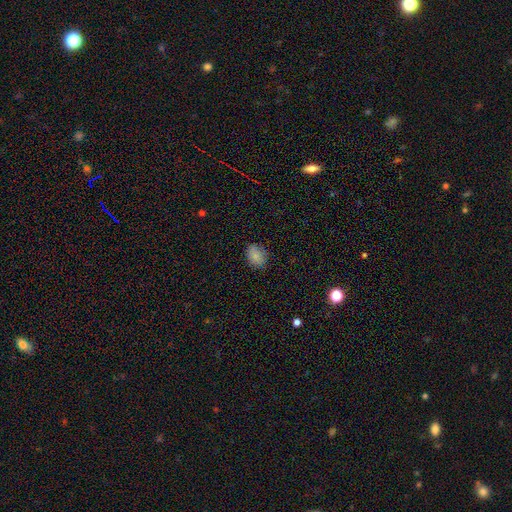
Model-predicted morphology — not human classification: The model was most divided on "how rounded": in between: 60%, round: 39%, cigar-shaped: 1%. More confident: smooth or featured — smooth (85%); merging — none (83%).